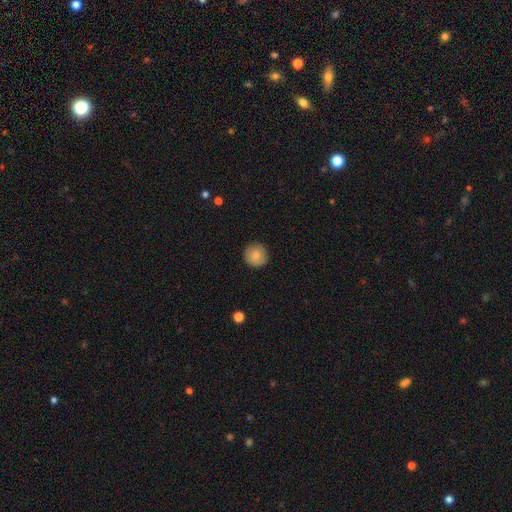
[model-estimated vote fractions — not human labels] A smooth galaxy with no disk features (84%) that is round (95%). Merging: none (90%).